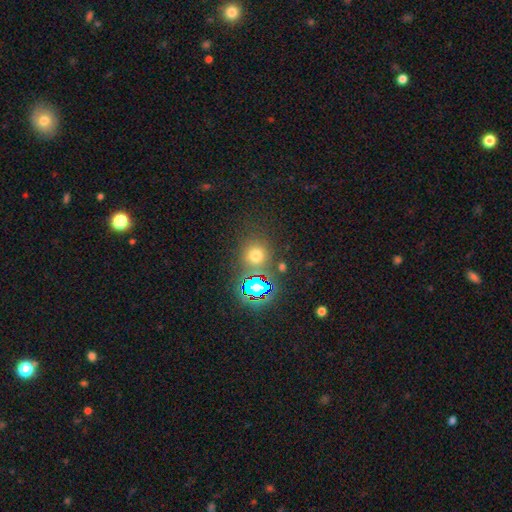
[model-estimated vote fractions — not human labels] The model was most divided on "smooth or featured": smooth: 62%, star or artifact: 31%, featured or disk: 8%. More confident: how rounded — round (89%); merging — none (78%).